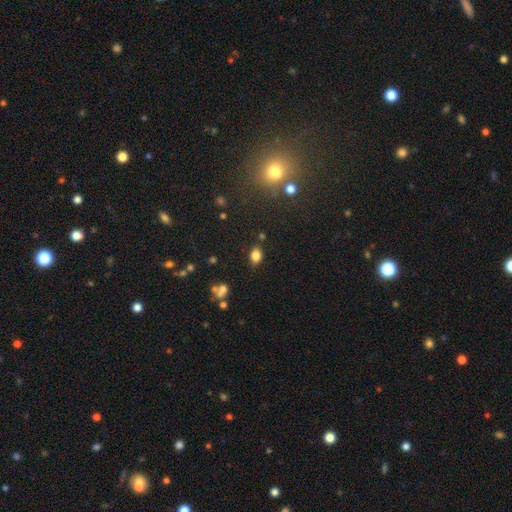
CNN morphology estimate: A smooth galaxy with no disk features (81%) that is in between round and cigar-shaped (80%).

Vote fractions:
- Smooth or featured? smooth: 81% / star or artifact: 11% / featured or disk: 7%
- How rounded? in between: 80% / round: 19% / cigar-shaped: 2%
- Merging? none: 80% / minor disturbance: 13% / merger: 4% / major disturbance: 3%